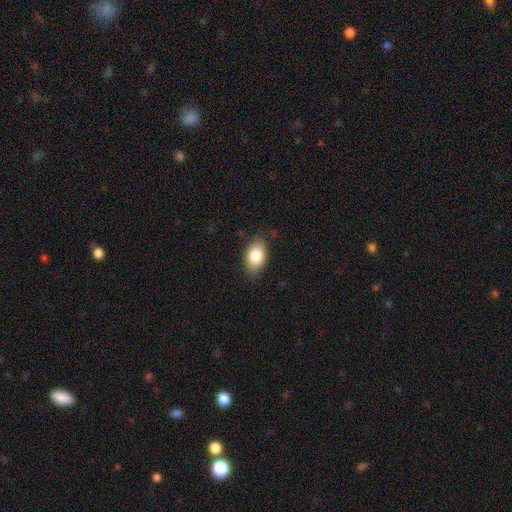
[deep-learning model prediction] A smooth galaxy with no disk features (82%) that is in between round and cigar-shaped (88%). Merging: none (81%).